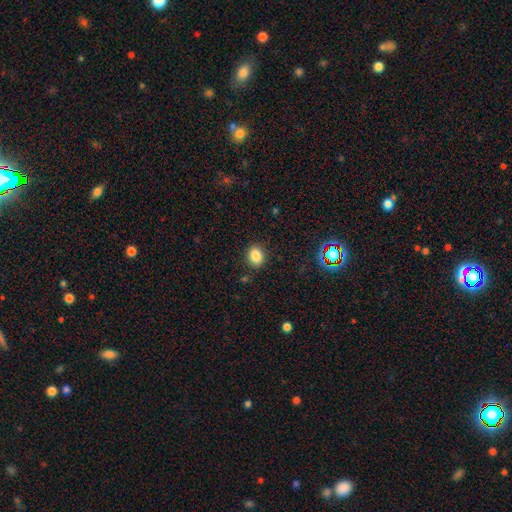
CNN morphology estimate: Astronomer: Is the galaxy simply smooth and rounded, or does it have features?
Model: smooth — 83%.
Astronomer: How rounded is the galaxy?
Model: in between — 60% (runner-up: round, 39%).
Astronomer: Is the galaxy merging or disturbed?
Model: none — 86%.